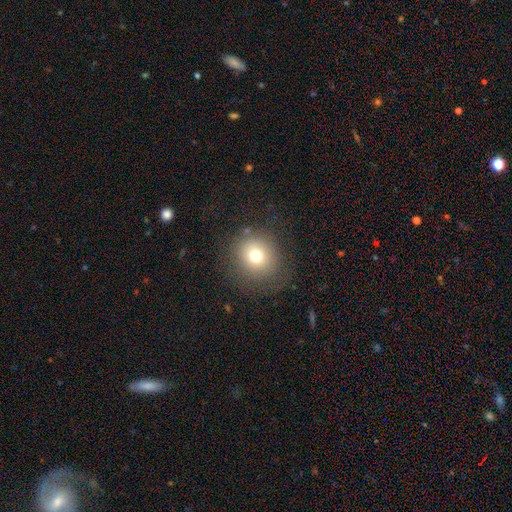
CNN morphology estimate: This is likely a smooth galaxy (72%). How rounded: clearly round (90%). Merging: clearly none (81%).